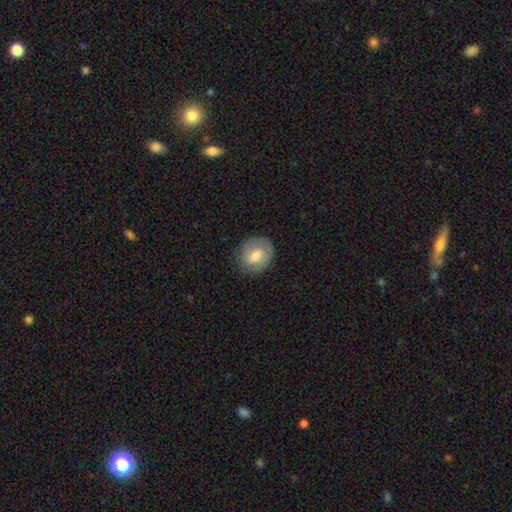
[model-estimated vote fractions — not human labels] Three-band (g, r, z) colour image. It shows a smooth galaxy with no disk features (63%) that is round (67%). Merging: none (77%).